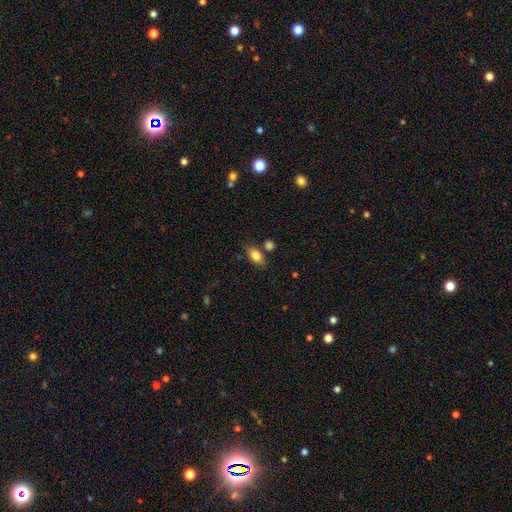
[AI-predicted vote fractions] A smooth galaxy with no disk features (82%) that is in between round and cigar-shaped (87%).

Vote fractions:
- Smooth or featured? smooth: 82% / featured or disk: 11% / star or artifact: 8%
- How rounded? in between: 87% / round: 8% / cigar-shaped: 5%
- Merging? none: 74% / minor disturbance: 14% / merger: 9% / major disturbance: 3%